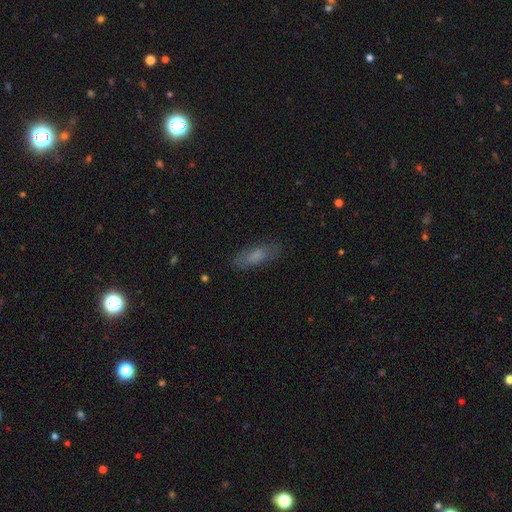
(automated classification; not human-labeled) A smooth galaxy with no disk features (73%) that is in between round and cigar-shaped (56%). Merging: none (81%).